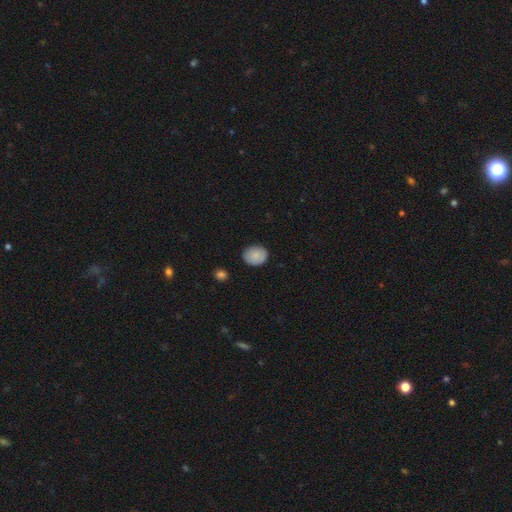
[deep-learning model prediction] Smooth or featured?
  - smooth: 83% *
  - featured or disk: 10%
  - star or artifact: 7%
How rounded?
  - round: 58% *
  - in between: 41%
  - cigar-shaped: 1%
Merging?
  - none: 84% *
  - minor disturbance: 12%
  - major disturbance: 2%
  - merger: 1%